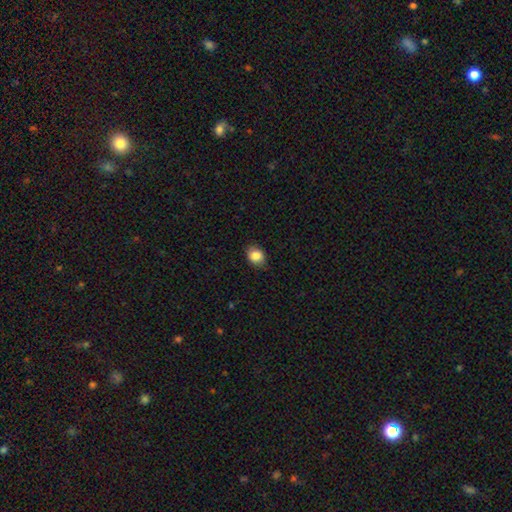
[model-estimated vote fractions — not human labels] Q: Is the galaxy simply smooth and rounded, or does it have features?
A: smooth — 86%.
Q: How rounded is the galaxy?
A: round — 51%.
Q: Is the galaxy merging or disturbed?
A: none — 81%.